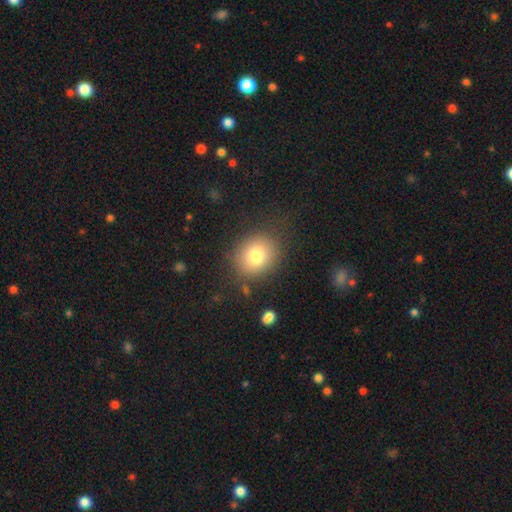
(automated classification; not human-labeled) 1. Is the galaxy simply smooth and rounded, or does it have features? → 77% smooth, 11% star or artifact, 11% featured or disk.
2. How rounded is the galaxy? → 69% round, 30% in between, 1% cigar-shaped.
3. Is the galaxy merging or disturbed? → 81% none, 11% minor disturbance, 5% major disturbance, 2% merger.